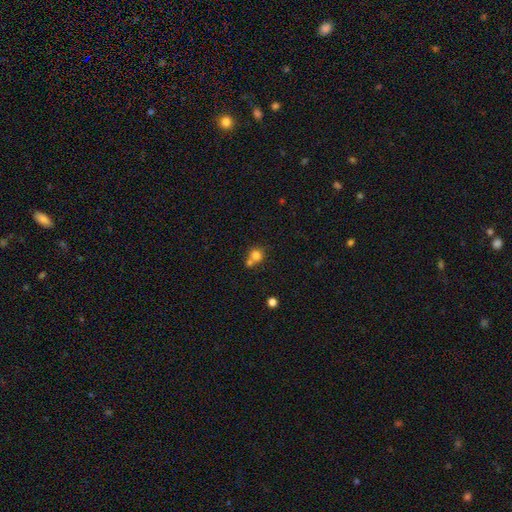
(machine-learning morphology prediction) Smooth or featured? smooth (79%)
How rounded? round (87%)
Merging? none (49%)